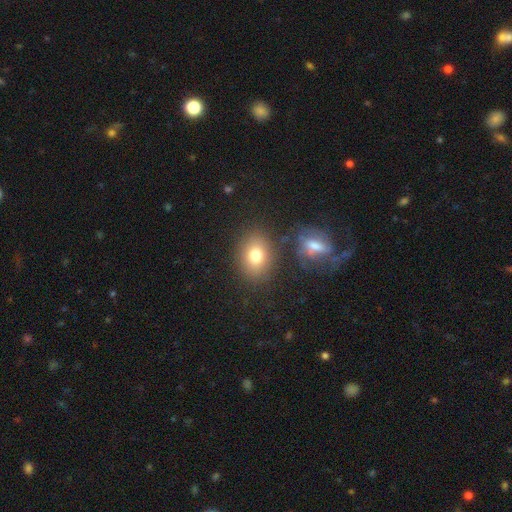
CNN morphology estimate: Smooth or featured: smooth — 78% (featured or disk — 12%)
How rounded: in between — 67% (round — 32%)
Merging: none — 78% (minor disturbance — 11%)